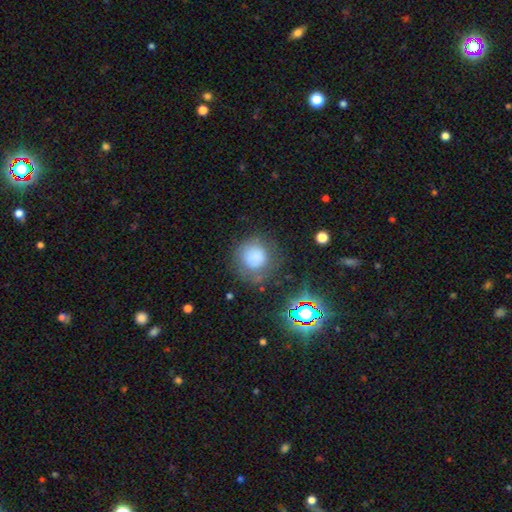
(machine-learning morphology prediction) A smooth galaxy with no disk features (76%) that is round (90%). Merging: none (64%).